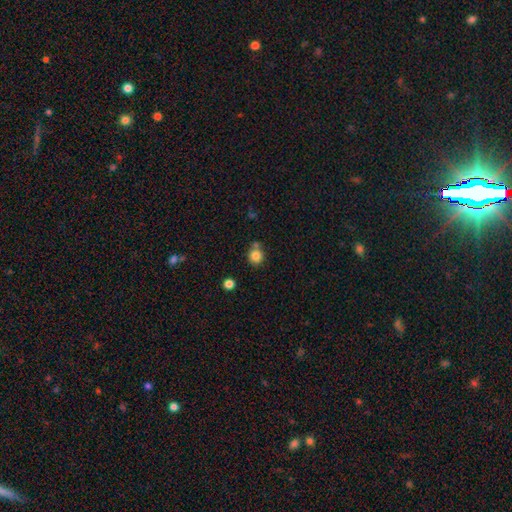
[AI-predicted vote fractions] smooth-or-featured: smooth: 83% | star or artifact: 11% | featured or disk: 6%
  how-rounded: round: 88% | in between: 11% | cigar-shaped: 1%
  merging: none: 66% | merger: 18% | minor disturbance: 12% | major disturbance: 3%